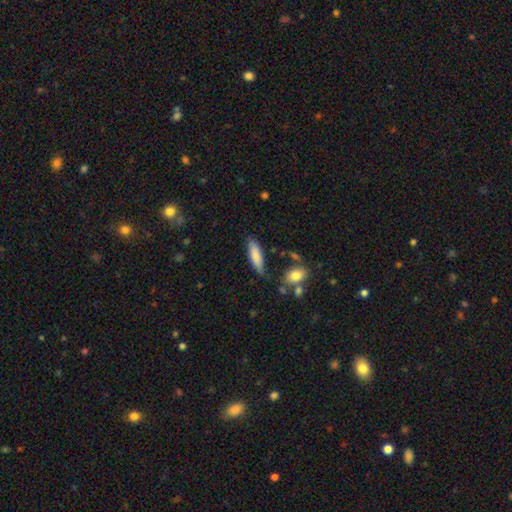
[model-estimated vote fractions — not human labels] Overall: smooth (82%). How rounded: cigar-shaped (55%; in between 43%). Merging: none (72%).